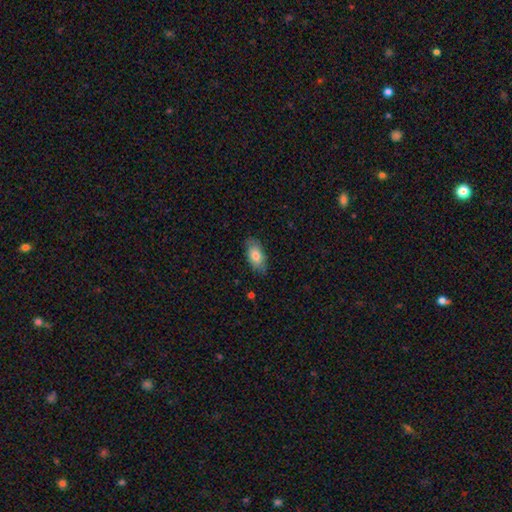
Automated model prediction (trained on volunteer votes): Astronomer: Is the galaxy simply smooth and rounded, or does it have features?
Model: smooth — 80%.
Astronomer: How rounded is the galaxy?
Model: in between — 91%.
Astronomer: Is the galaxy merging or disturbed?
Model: none — 80%.